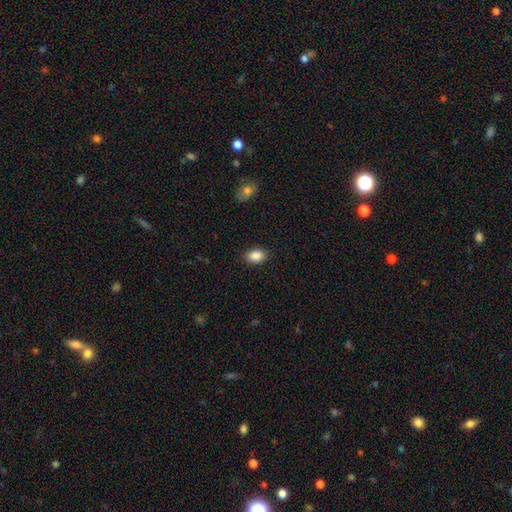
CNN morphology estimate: The model was most divided on "how rounded": in between: 85%, round: 14%, cigar-shaped: 1%. More confident: smooth or featured — smooth (89%); merging — none (88%).